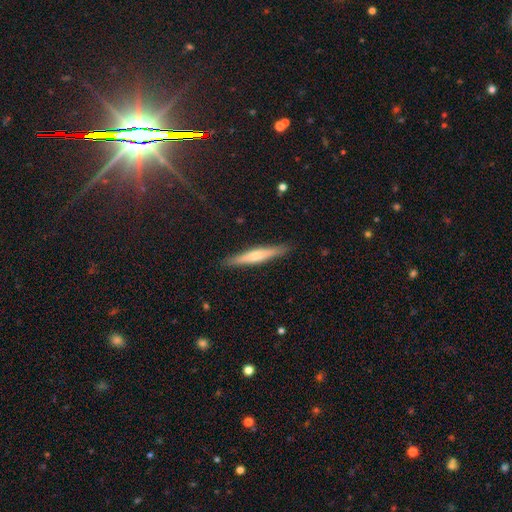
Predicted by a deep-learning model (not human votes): A smooth galaxy with no disk features (49%).

Vote fractions:
- Smooth or featured? smooth: 49% / featured or disk: 45% / star or artifact: 6%
- Merging? none: 90% / minor disturbance: 8% / major disturbance: 2% / merger: 1%